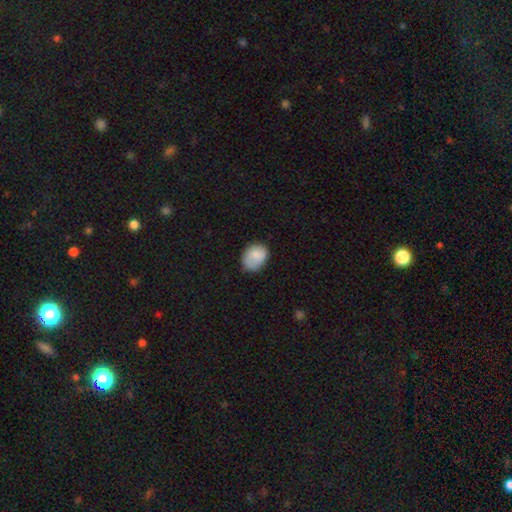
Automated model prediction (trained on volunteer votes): smooth_or_featured: smooth (p=0.82) [alt: featured or disk p=0.11]
how_rounded: in between (p=0.56) [alt: round p=0.43]
merging: none (p=0.62) [alt: minor disturbance p=0.28]